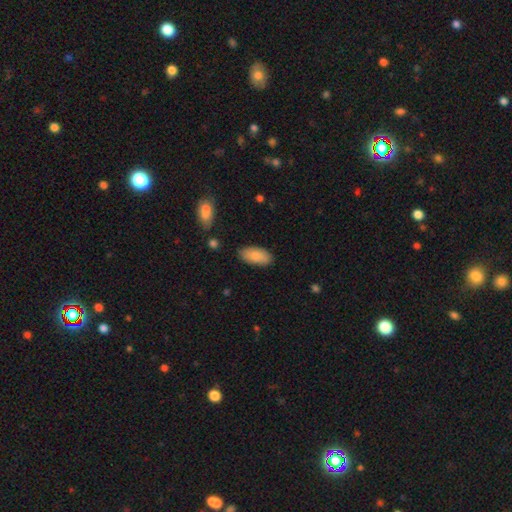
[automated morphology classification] The model was most divided on "merging": none: 85%, minor disturbance: 11%, major disturbance: 2%, merger: 2%. More confident: how rounded — in between (91%); smooth or featured — smooth (86%).